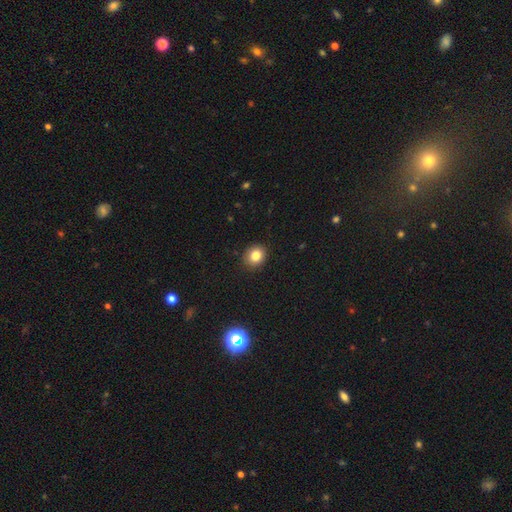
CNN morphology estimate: The model was most divided on "how rounded": round: 67%, in between: 32%, cigar-shaped: 1%. More confident: merging — none (89%); smooth or featured — smooth (82%).